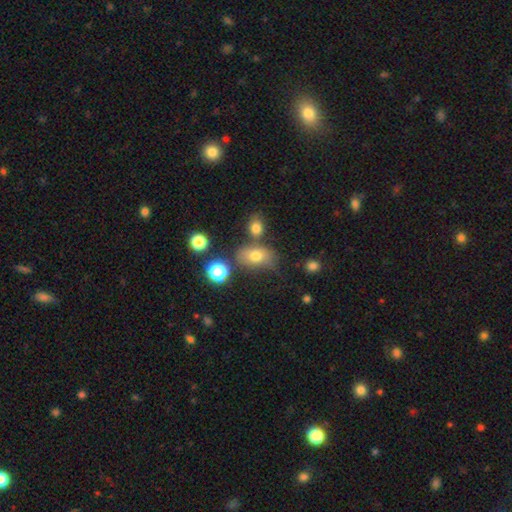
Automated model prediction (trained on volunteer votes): This appears to be a smooth galaxy with no disk features (60%) that is in between round and cigar-shaped (74%). Merging: none (65%).